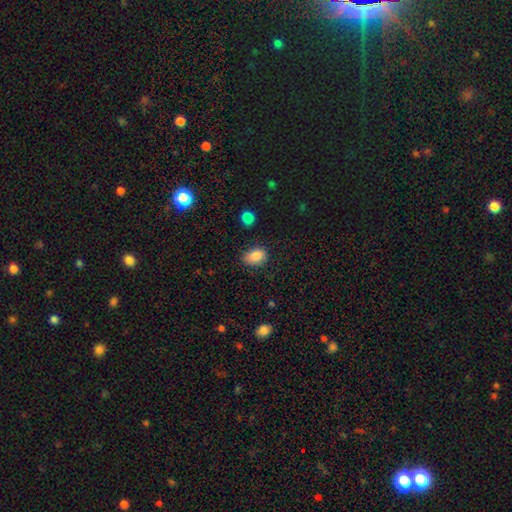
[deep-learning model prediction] Q: Smooth or featured?
A: smooth (86%); runner-up: star or artifact (9%)
Q: How rounded?
A: in between (77%); runner-up: round (22%)
Q: Merging?
A: none (77%); runner-up: minor disturbance (18%)